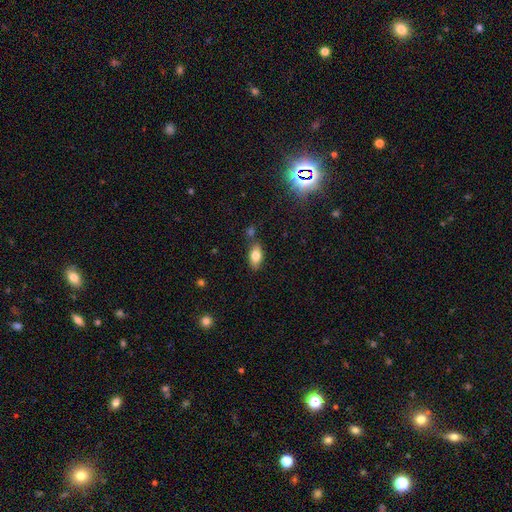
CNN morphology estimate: Smooth or featured: smooth — 78% (featured or disk — 14%)
How rounded: in between — 88% (cigar-shaped — 7%)
Merging: none — 75% (minor disturbance — 13%)